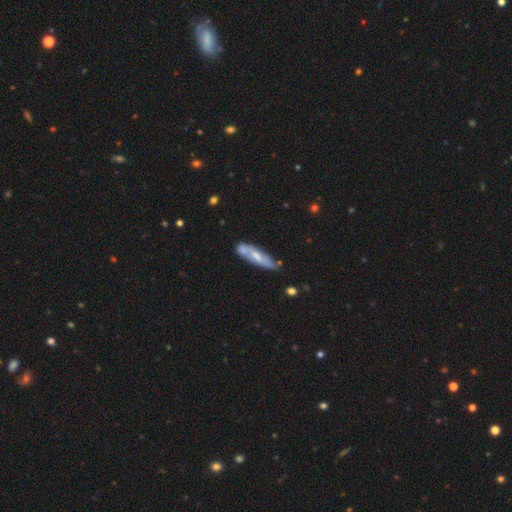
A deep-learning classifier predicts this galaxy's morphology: smooth_or_featured: smooth (p=0.47) [tied with: featured or disk p=0.47]
merging: none (p=0.58) [alt: minor disturbance p=0.22]